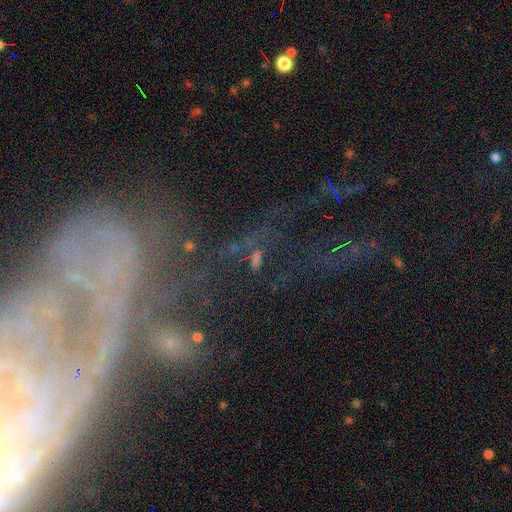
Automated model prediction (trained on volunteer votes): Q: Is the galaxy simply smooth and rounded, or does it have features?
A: star or artifact — 52%.